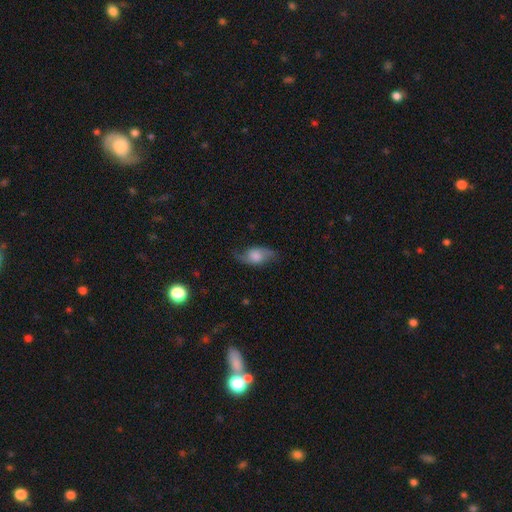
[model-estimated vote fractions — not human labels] The model was most divided on "smooth or featured": featured or disk: 53%, smooth: 39%, star or artifact: 8%. More confident: edge-on disk — no (88%); merging — none (67%).